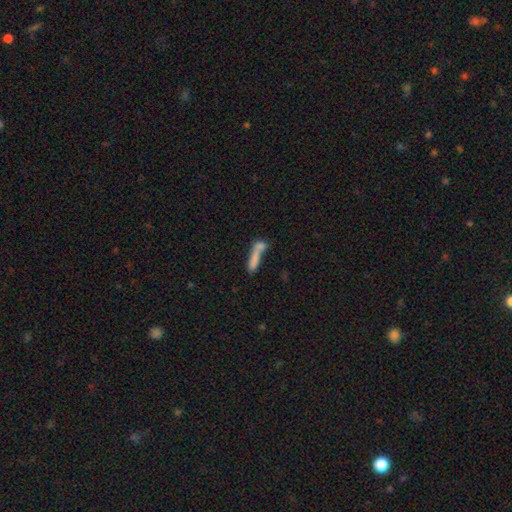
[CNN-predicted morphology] The model was most divided on "merging": merger: 48%, none: 34%, minor disturbance: 11%, major disturbance: 8%. More confident: how rounded — cigar-shaped (76%); smooth or featured — smooth (69%).